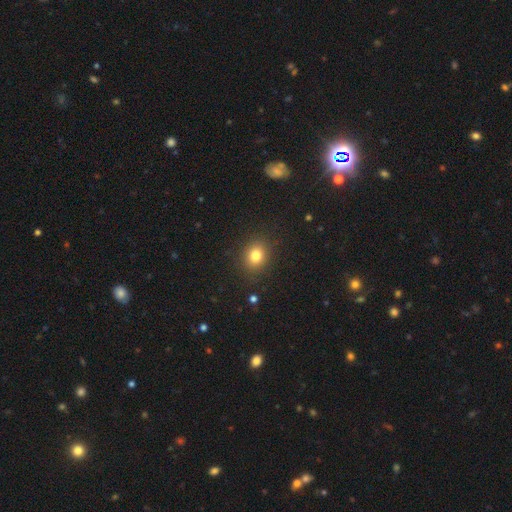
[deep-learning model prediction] This appears to be a smooth galaxy with no disk features (80%) that is round (63%). Merging: none (88%).